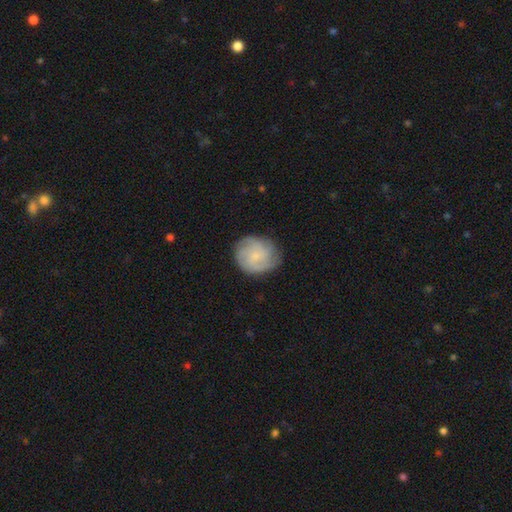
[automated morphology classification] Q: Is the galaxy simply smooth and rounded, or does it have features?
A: featured or disk — 50%.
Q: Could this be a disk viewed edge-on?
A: no — 98%.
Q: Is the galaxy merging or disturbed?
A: none — 77%.